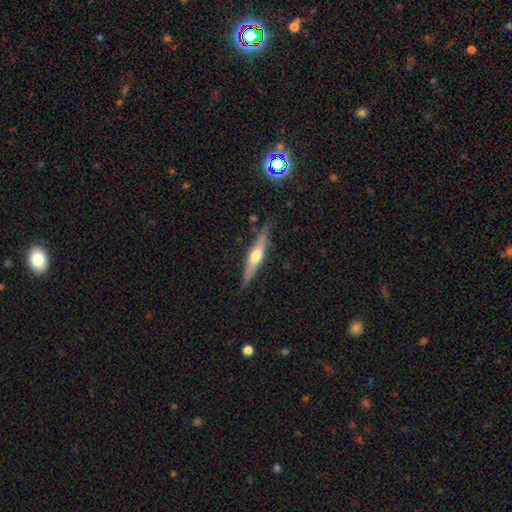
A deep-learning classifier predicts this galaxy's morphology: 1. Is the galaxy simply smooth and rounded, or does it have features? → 60% featured or disk, 34% smooth, 6% star or artifact.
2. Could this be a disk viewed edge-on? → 94% yes, 6% no.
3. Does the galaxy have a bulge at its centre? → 88% rounded, 6% boxy, 6% none.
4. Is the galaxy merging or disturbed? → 82% none, 14% minor disturbance, 3% major disturbance, 2% merger.